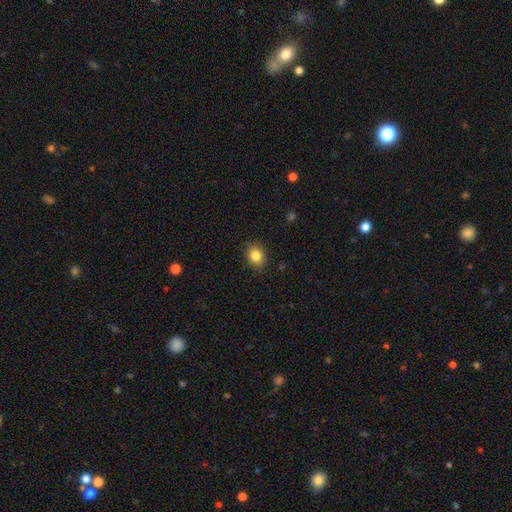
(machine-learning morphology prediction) The model was most divided on "how rounded": round: 55%, in between: 44%, cigar-shaped: 1%. More confident: merging — none (88%); smooth or featured — smooth (83%).